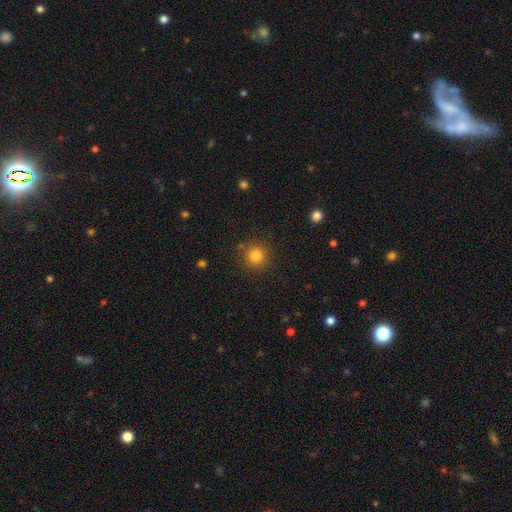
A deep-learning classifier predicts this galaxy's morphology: This appears to be a smooth galaxy with no disk features (81%) that is round (94%). Merging: none (87%).